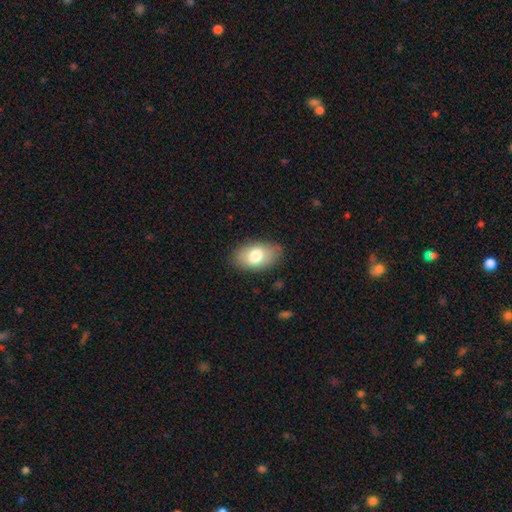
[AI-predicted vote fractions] smooth-or-featured: smooth: 76% | featured or disk: 17% | star or artifact: 7%
  how-rounded: in between: 91% | round: 7% | cigar-shaped: 1%
  merging: none: 83% | minor disturbance: 13% | major disturbance: 3% | merger: 1%